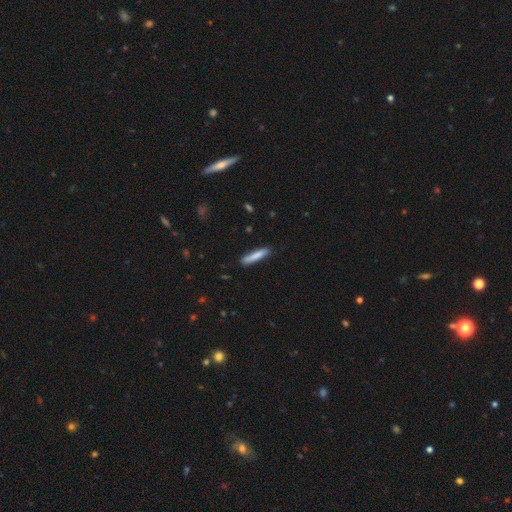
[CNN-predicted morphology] smooth 80%, featured or disk 14%, star or artifact 6%. Down the decision tree: how rounded — cigar-shaped (90%); merging — none (85%).